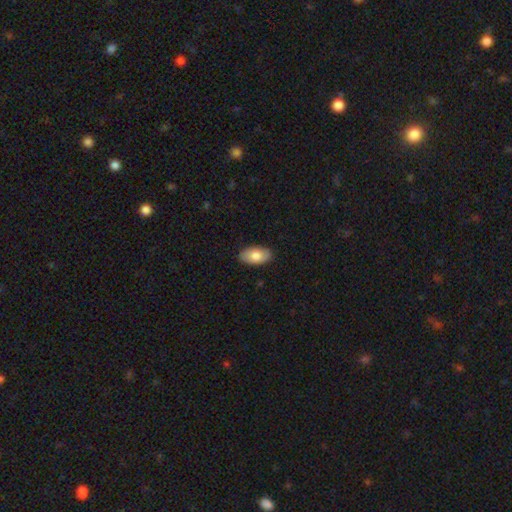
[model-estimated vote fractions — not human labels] Q: Smooth or featured?
A: smooth (79%); runner-up: featured or disk (15%)
Q: How rounded?
A: in between (95%); runner-up: round (3%)
Q: Merging?
A: none (89%); runner-up: minor disturbance (9%)